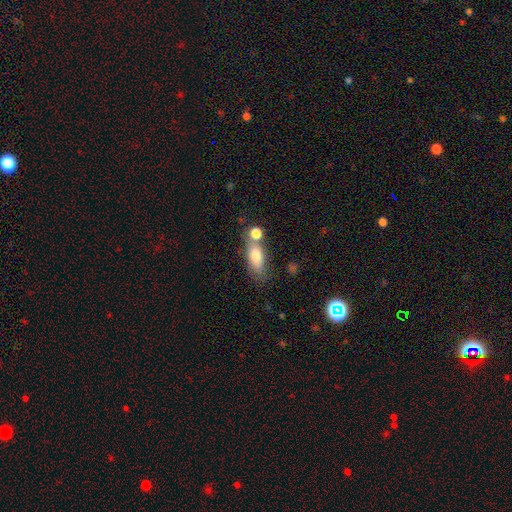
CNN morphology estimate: Smooth or featured: smooth — 76% (featured or disk — 15%)
How rounded: in between — 73% (cigar-shaped — 19%)
Merging: none — 48% (merger — 29%)